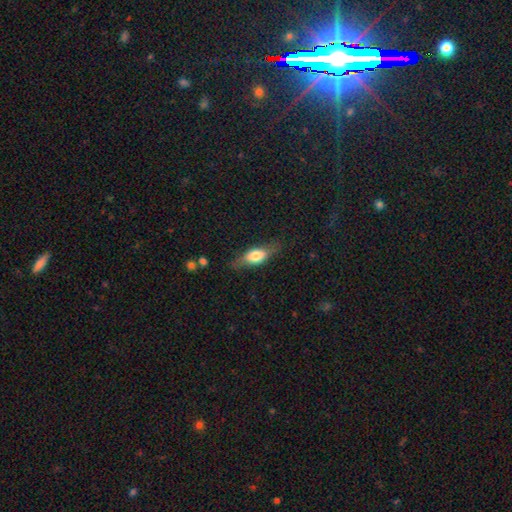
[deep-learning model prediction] Smooth or featured: smooth — 63% (featured or disk — 30%)
How rounded: in between — 71% (cigar-shaped — 24%)
Merging: none — 72% (minor disturbance — 19%)